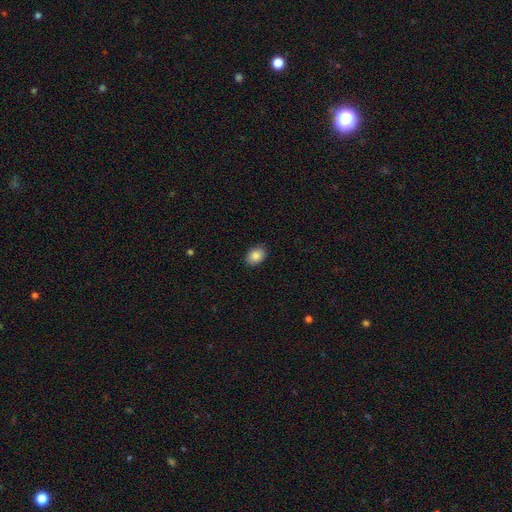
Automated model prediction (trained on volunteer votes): Morphology: type=smooth (87%); roundness=in between (72%); merging=none (89%).